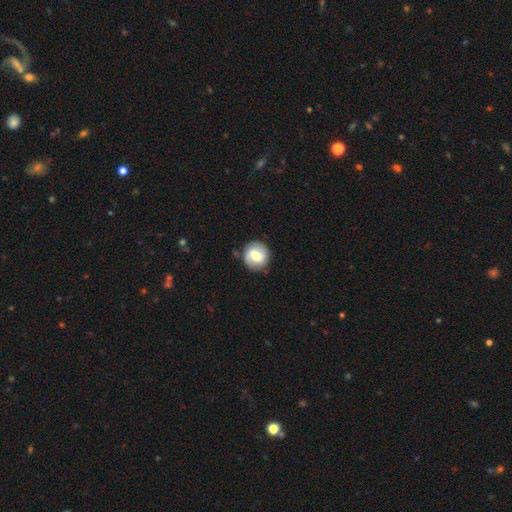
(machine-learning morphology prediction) A smooth galaxy with no disk features (51%) that is round (88%). Merging: none (84%).